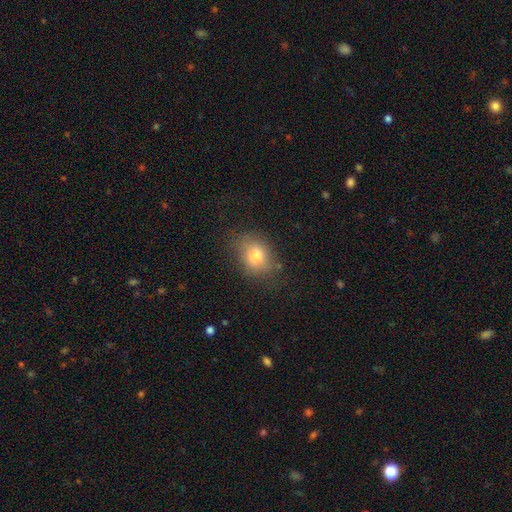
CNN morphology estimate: Smooth or featured? smooth (76%)
How rounded? in between (61%)
Merging? none (69%)